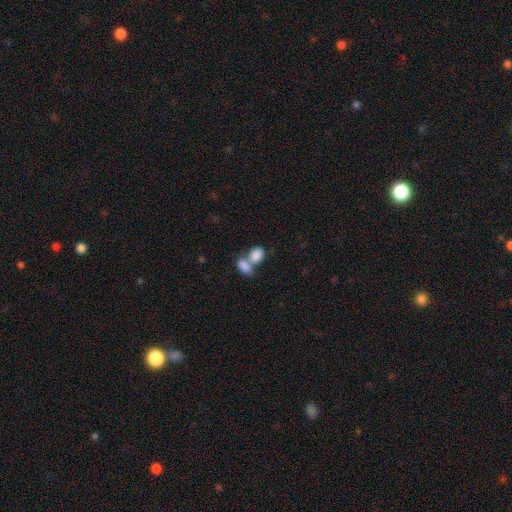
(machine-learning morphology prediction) Overall: smooth (84%). How rounded: in between (77%). Merging: merger (69%).